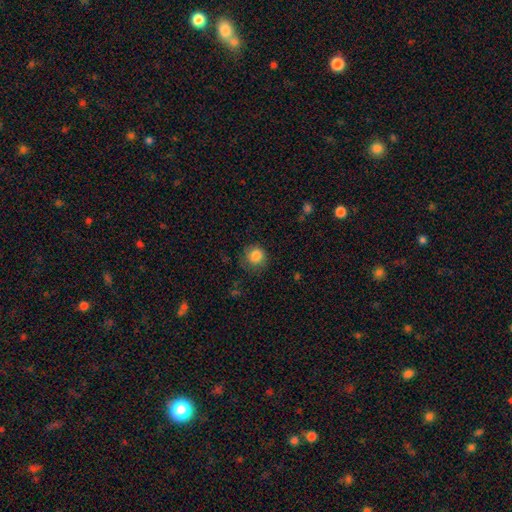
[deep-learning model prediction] The model was most divided on "merging": none: 74%, minor disturbance: 18%, major disturbance: 6%, merger: 1%. More confident: how rounded — round (88%); smooth or featured — smooth (85%).